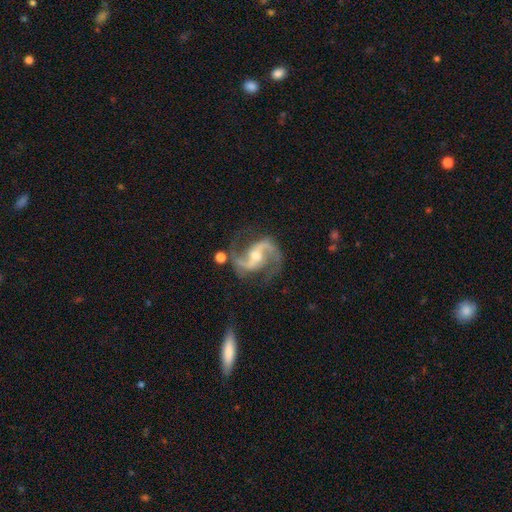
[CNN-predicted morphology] smooth-or-featured: featured or disk: 93% | star or artifact: 5% | smooth: 3%
  disk-edge-on: no: 98% | yes: 2%
    bar: weak: 41% | no: 30% | strong: 29%
    has-spiral-arms: yes: 98% | no: 2%
      spiral-winding: medium: 56% | loose: 35% | tight: 10%
      spiral-arm-count: 2: 94% | 3: 2% | can't tell: 1% | 1: 1% | 4: 1% | more than 4: 1%
    bulge-size: moderate: 55% | small: 39% | large: 3% | none: 2% | dominant: 1%
  merging: none: 72% | minor disturbance: 16% | major disturbance: 8% | merger: 4%